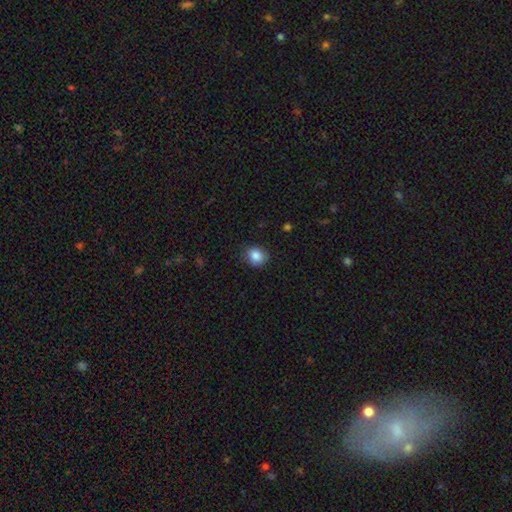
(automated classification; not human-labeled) This is clearly a smooth galaxy (86%). How rounded: likely round (70%). Merging: clearly none (81%).